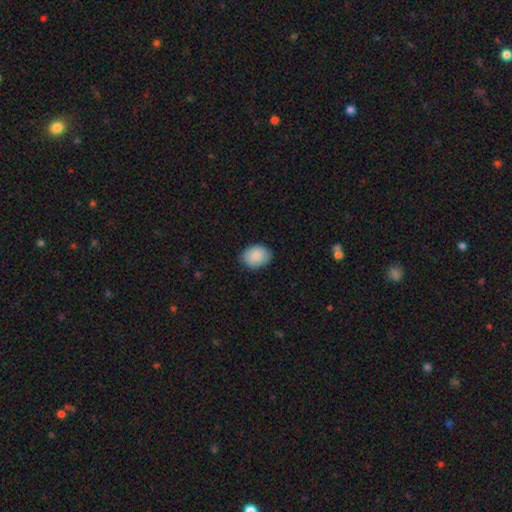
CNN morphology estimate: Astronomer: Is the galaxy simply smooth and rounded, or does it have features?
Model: smooth — 89%.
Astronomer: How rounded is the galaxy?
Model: in between — 70%.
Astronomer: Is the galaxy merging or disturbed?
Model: none — 80%.